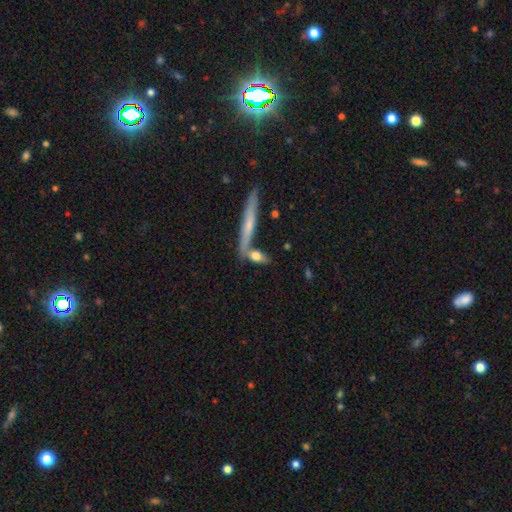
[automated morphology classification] Overall: smooth (68%). How rounded: in between (53%; cigar-shaped 40%). Merging: none (54%; merger 26%).